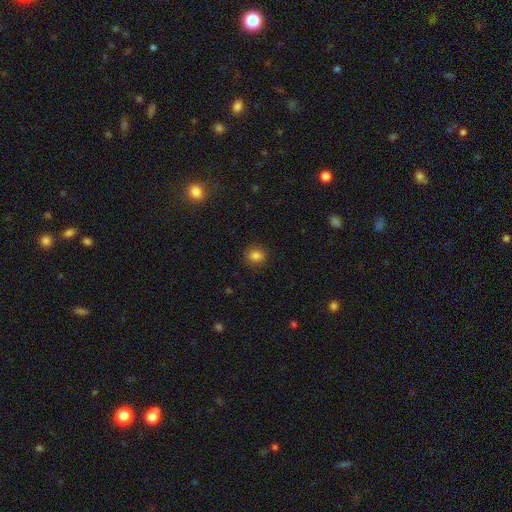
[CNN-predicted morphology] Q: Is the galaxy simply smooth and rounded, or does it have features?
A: smooth — 83%.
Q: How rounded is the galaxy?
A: round — 84%.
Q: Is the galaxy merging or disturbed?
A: none — 89%.